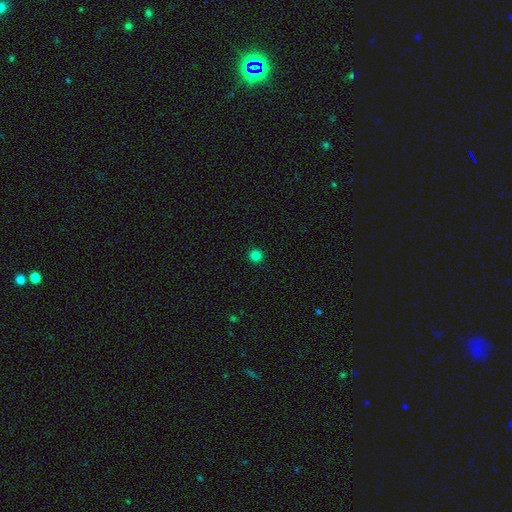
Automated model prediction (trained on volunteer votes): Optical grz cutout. It shows a smooth galaxy with no disk features (83%) that is round (96%). Merging: none (94%).